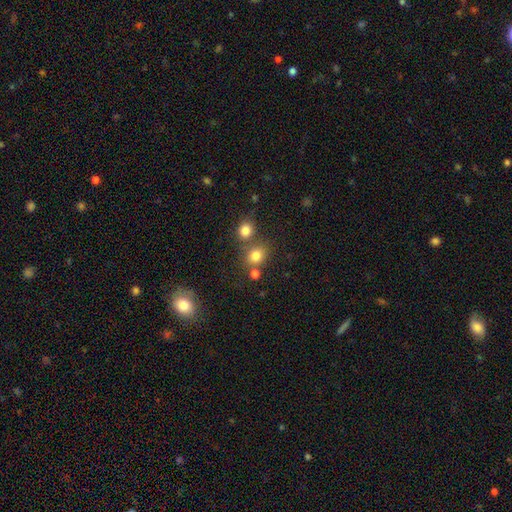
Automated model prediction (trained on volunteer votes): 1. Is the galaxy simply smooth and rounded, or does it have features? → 79% smooth, 14% star or artifact, 7% featured or disk.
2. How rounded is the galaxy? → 70% round, 29% in between, 1% cigar-shaped.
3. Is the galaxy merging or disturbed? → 61% none, 24% merger, 10% minor disturbance, 4% major disturbance.